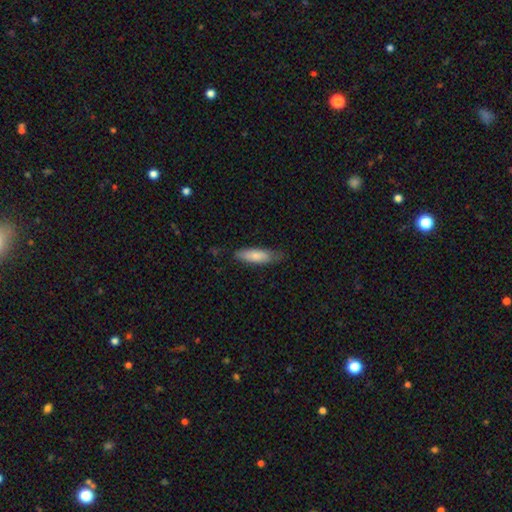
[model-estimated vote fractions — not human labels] Q: Smooth or featured?
A: smooth (80%); runner-up: featured or disk (14%)
Q: How rounded?
A: cigar-shaped (52%); runner-up: in between (47%)
Q: Merging?
A: none (70%); runner-up: minor disturbance (24%)